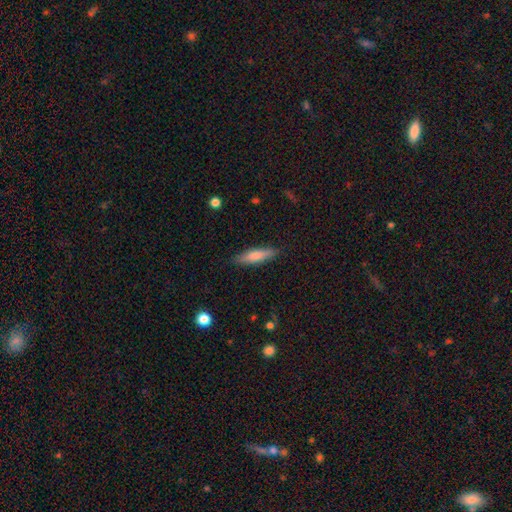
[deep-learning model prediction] A smooth galaxy with no disk features (72%) that is cigar-shaped (74%).

Vote fractions:
- Smooth or featured? smooth: 72% / featured or disk: 22% / star or artifact: 6%
- How rounded? cigar-shaped: 74% / in between: 24% / round: 2%
- Merging? none: 87% / minor disturbance: 9% / major disturbance: 2% / merger: 1%